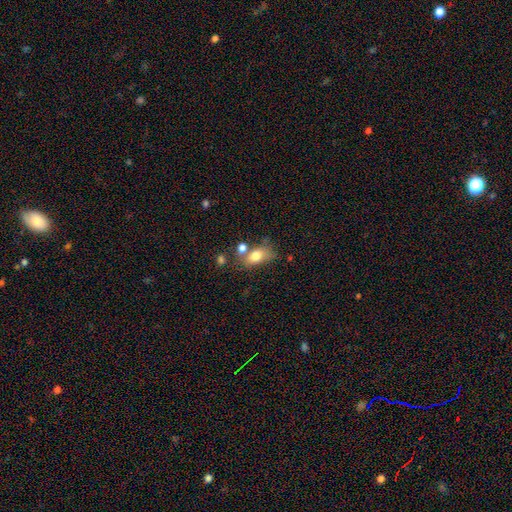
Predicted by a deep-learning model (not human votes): smooth 75%, featured or disk 16%, star or artifact 9%. Down the decision tree: how rounded — in between (83%); merging — none (44%).